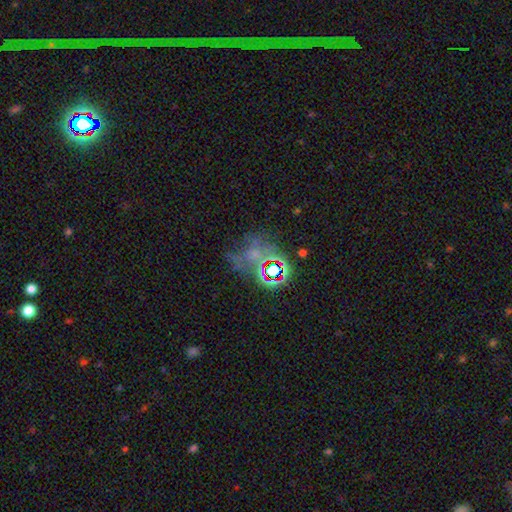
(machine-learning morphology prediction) Q: Smooth or featured?
A: star or artifact (55%); runner-up: smooth (25%)